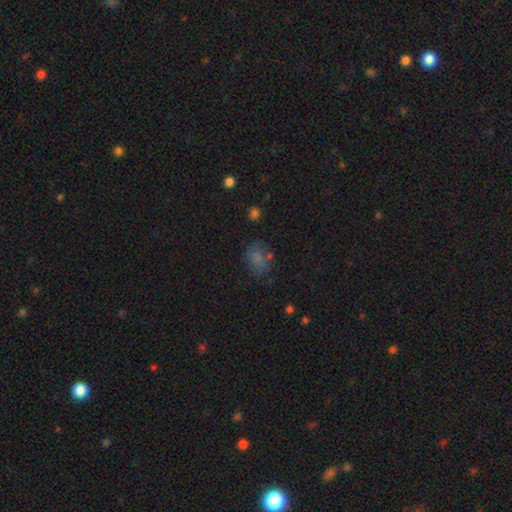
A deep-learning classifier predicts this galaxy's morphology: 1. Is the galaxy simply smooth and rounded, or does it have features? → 67% smooth, 23% star or artifact, 10% featured or disk.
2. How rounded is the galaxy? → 68% in between, 30% round, 2% cigar-shaped.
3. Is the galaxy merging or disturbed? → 68% none, 19% minor disturbance, 7% major disturbance, 6% merger.